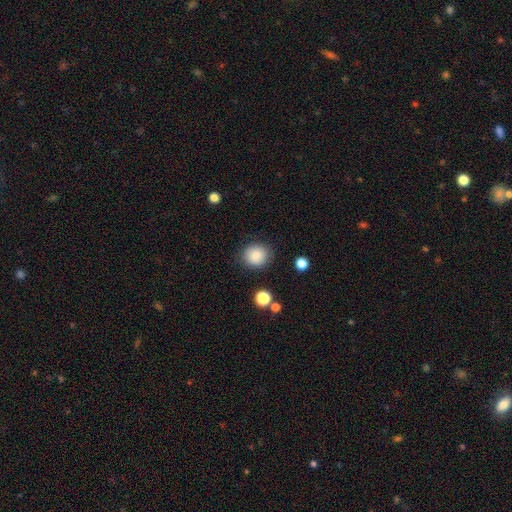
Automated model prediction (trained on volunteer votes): Overall: smooth (86%). How rounded: round (82%). Merging: none (86%).